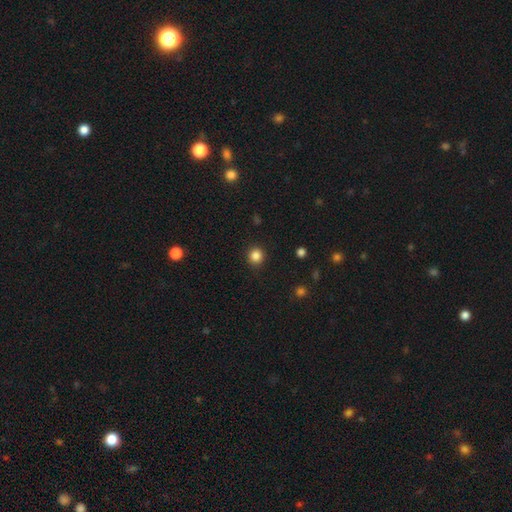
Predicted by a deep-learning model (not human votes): A smooth galaxy with no disk features (84%) that is round (91%).

Vote fractions:
- Smooth or featured? smooth: 84% / star or artifact: 12% / featured or disk: 4%
- How rounded? round: 91% / in between: 8% / cigar-shaped: 1%
- Merging? none: 91% / minor disturbance: 6% / major disturbance: 2% / merger: 1%